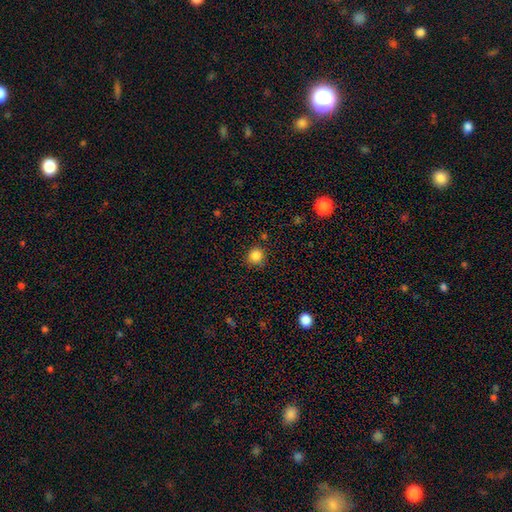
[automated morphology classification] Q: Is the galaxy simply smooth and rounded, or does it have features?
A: smooth — 85%.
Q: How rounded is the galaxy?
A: round — 90%.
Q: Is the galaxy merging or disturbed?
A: none — 85%.